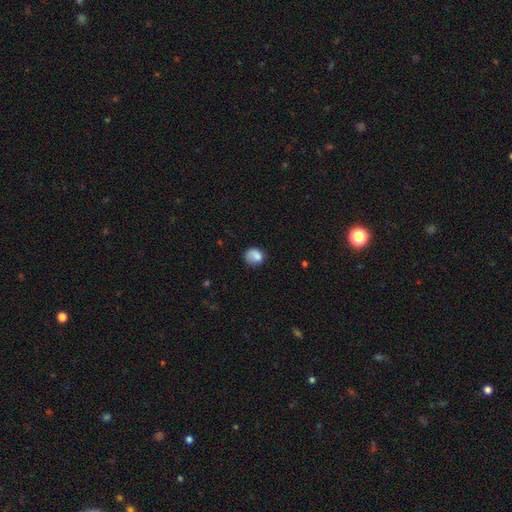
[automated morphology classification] The model was most divided on "merging": none: 57%, minor disturbance: 26%, major disturbance: 14%, merger: 3%. More confident: smooth or featured — smooth (78%); how rounded — round (69%).